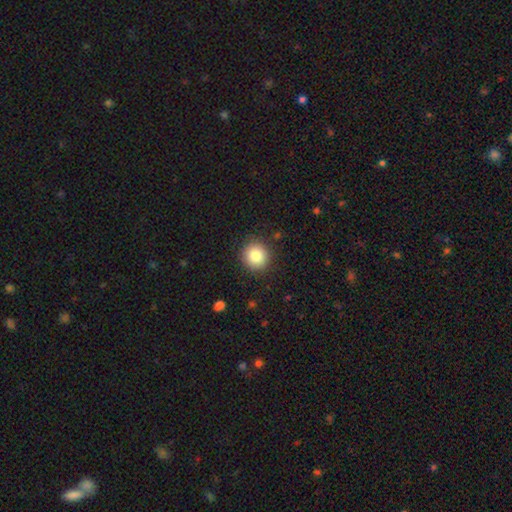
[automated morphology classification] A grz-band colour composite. It shows a smooth galaxy with no disk features (86%) that is round (90%). Merging: none (89%).